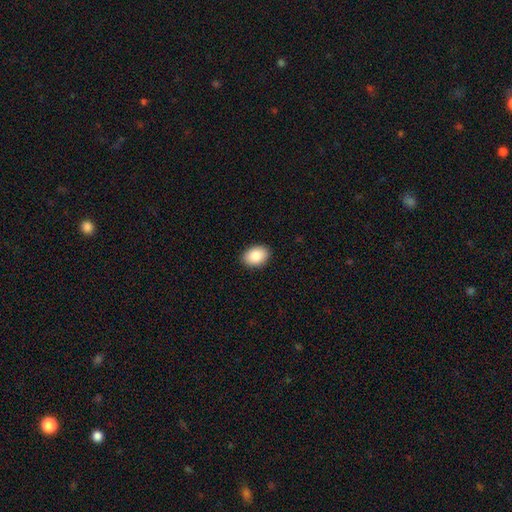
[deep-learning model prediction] This is clearly a smooth galaxy (88%). How rounded: likely in between (79%). Merging: clearly none (90%).